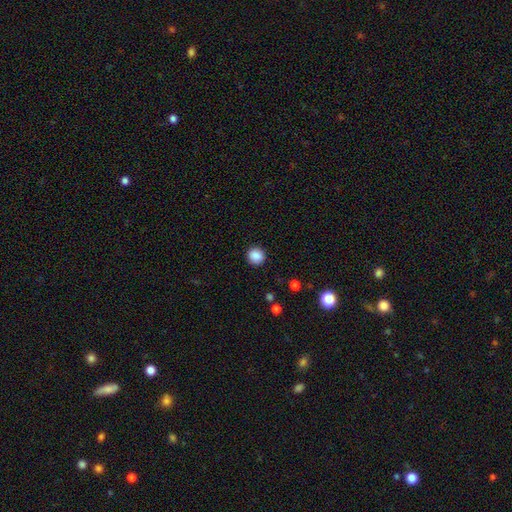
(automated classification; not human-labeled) Smooth or featured? Predicted: smooth (p=0.88). How rounded? Predicted: round (p=0.91). Merging? Predicted: none (p=0.91).